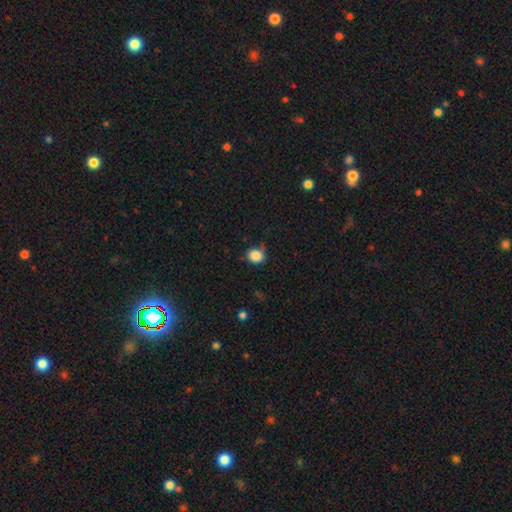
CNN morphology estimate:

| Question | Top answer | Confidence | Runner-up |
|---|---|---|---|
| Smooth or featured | smooth | 85% | star or artifact (10%) |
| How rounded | round | 68% | in between (31%) |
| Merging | none | 66% | minor disturbance (24%) |